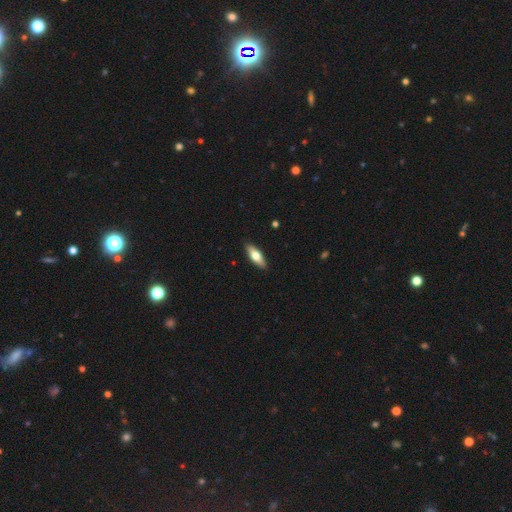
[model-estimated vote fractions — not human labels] This appears to be a smooth galaxy with no disk features (61%) that is in between round and cigar-shaped (60%). Merging: none (90%).